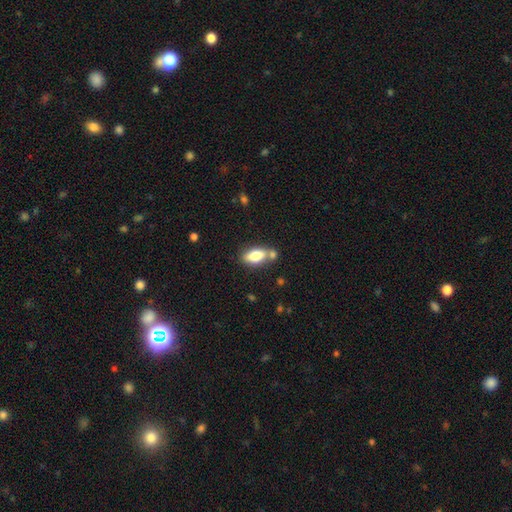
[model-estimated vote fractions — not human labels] smooth 79%, featured or disk 14%, star or artifact 8%. Down the decision tree: how rounded — in between (86%); merging — none (57%).